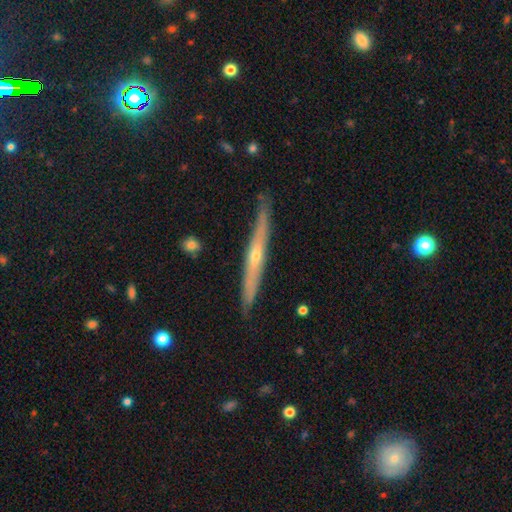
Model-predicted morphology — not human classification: smooth_or_featured: featured or disk (p=0.73) [alt: smooth p=0.20]
disk_edge_on: yes (p=0.96) [alt: no p=0.04]
edge_on_bulge: rounded (p=0.72) [alt: none p=0.25]
merging: none (p=0.86) [alt: minor disturbance p=0.11]